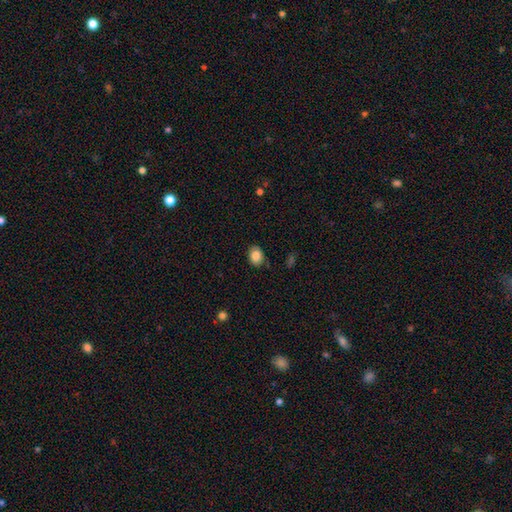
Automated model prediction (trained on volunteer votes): Morphology: type=smooth (85%); roundness=in between (64%); merging=none (85%).